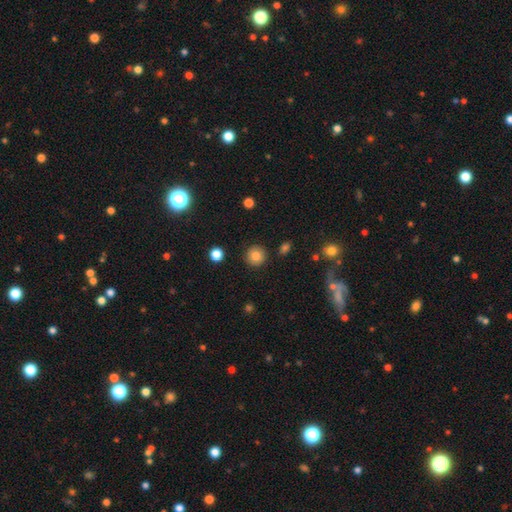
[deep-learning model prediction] Smooth or featured?
  - smooth: 83% *
  - star or artifact: 10%
  - featured or disk: 7%
How rounded?
  - round: 94% *
  - in between: 5%
  - cigar-shaped: 1%
Merging?
  - none: 89% *
  - minor disturbance: 7%
  - major disturbance: 2%
  - merger: 2%